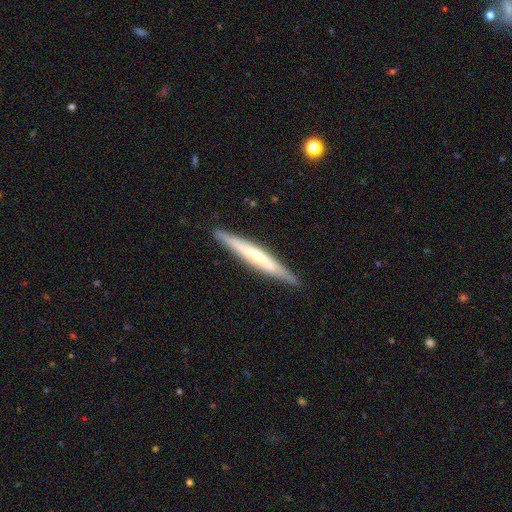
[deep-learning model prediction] Smooth or featured? featured or disk (58%)
Edge-on disk? yes (94%)
Edge-on bulge? none (46%)
Merging? none (88%)